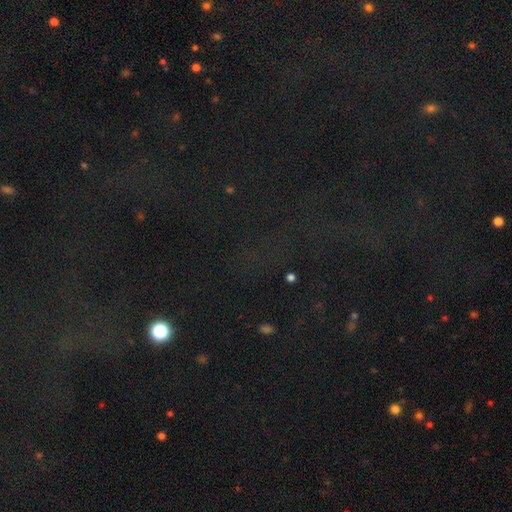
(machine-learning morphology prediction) Smooth or featured?
  - star or artifact: 74% *
  - smooth: 16%
  - featured or disk: 10%